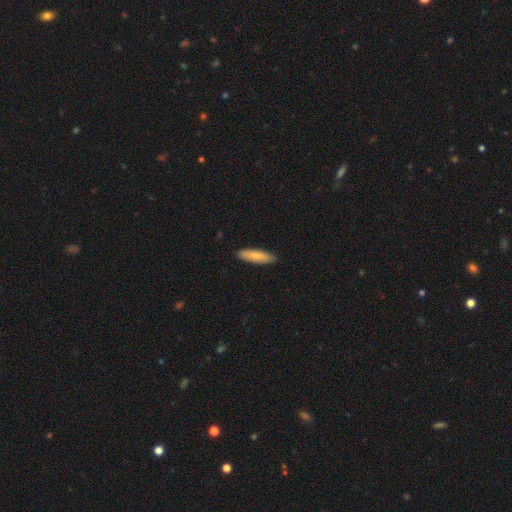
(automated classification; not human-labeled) Smooth or featured? smooth (83%)
How rounded? cigar-shaped (59%)
Merging? none (89%)